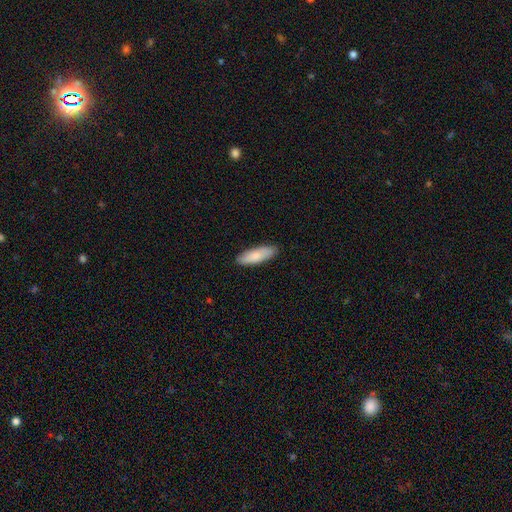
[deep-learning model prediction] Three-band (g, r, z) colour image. It shows a smooth galaxy with no disk features (84%) that is in between round and cigar-shaped (50%). Merging: none (88%).